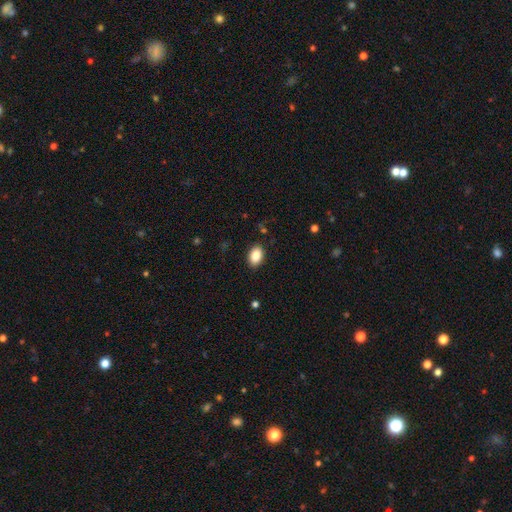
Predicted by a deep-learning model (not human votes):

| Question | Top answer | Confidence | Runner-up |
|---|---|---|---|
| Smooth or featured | smooth | 86% | star or artifact (8%) |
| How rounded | in between | 86% | round (13%) |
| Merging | none | 88% | minor disturbance (9%) |